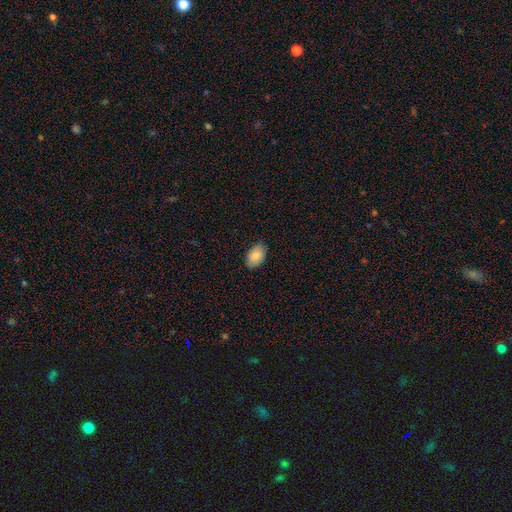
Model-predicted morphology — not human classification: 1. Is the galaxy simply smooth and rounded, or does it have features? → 88% smooth, 6% star or artifact, 5% featured or disk.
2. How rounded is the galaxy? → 91% in between, 7% round, 1% cigar-shaped.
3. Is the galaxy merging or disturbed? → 86% none, 11% minor disturbance, 2% major disturbance, 1% merger.